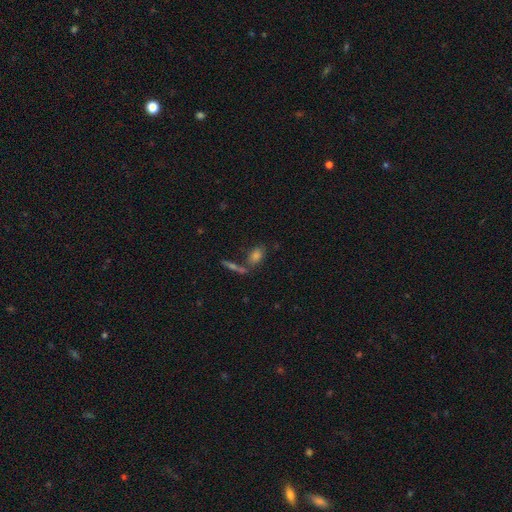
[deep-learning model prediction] The model was most divided on "merging": none: 59%, merger: 25%, minor disturbance: 11%, major disturbance: 5%. More confident: how rounded — in between (80%); smooth or featured — smooth (71%).